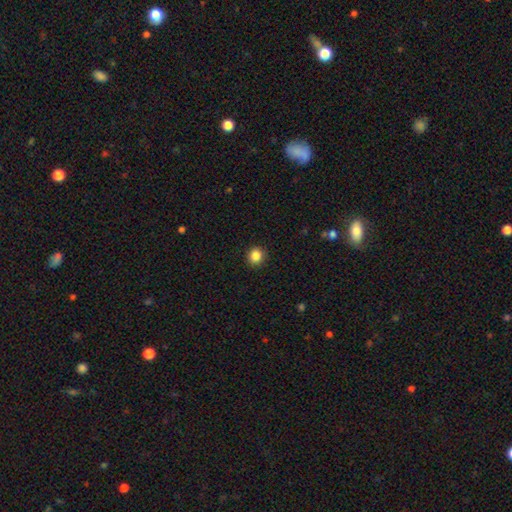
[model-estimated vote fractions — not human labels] Smooth or featured? Predicted: smooth (p=0.86). How rounded? Predicted: round (p=0.89). Merging? Predicted: none (p=0.92).